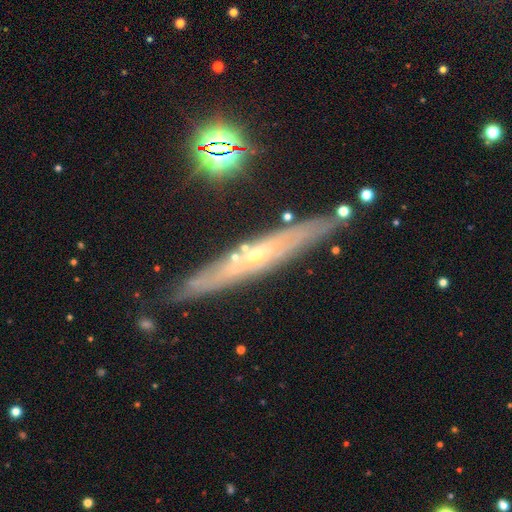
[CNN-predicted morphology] featured or disk 72%, smooth 18%, star or artifact 10%. Down the decision tree: edge-on disk — yes (80%); edge-on bulge — rounded (60%); merging — none (85%).